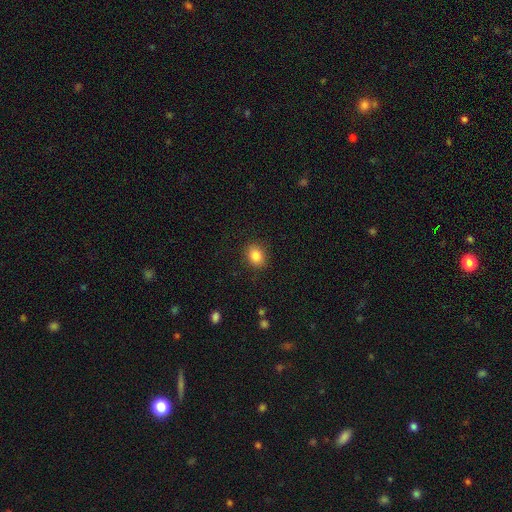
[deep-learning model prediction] Q: Smooth or featured?
A: smooth (85%); runner-up: star or artifact (10%)
Q: How rounded?
A: round (57%); runner-up: in between (42%)
Q: Merging?
A: none (88%); runner-up: minor disturbance (8%)